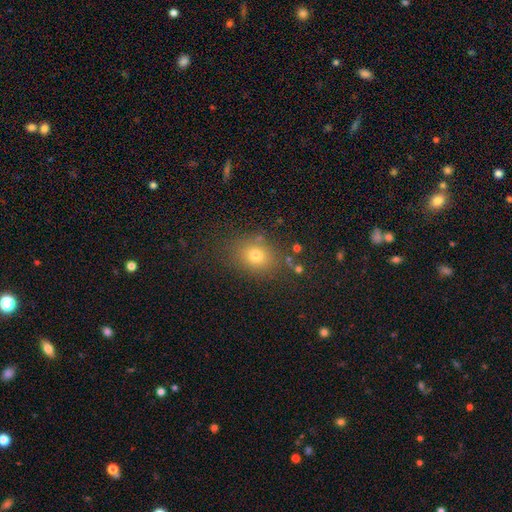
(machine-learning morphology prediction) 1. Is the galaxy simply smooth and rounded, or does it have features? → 74% smooth, 16% star or artifact, 10% featured or disk.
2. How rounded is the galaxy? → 53% round, 46% in between, 1% cigar-shaped.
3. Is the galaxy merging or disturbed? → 79% none, 13% minor disturbance, 5% major disturbance, 4% merger.